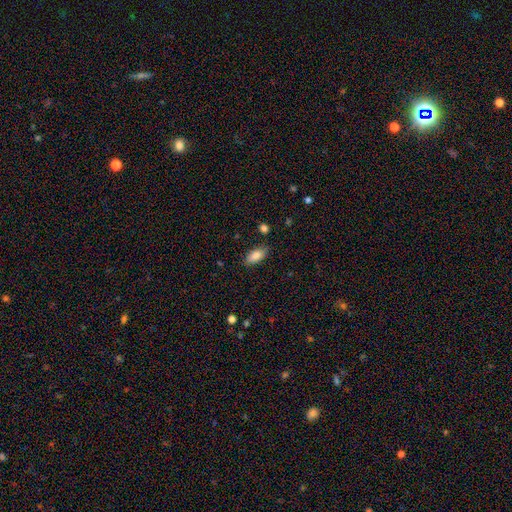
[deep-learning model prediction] This appears to be a smooth galaxy with no disk features (86%) that is in between round and cigar-shaped (89%). Merging: none (82%).